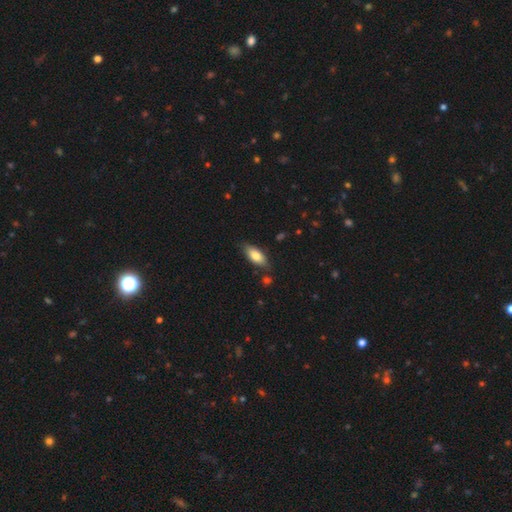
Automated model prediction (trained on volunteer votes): Smooth or featured: smooth — 77% (featured or disk — 16%)
How rounded: in between — 83% (cigar-shaped — 15%)
Merging: none — 78% (minor disturbance — 15%)